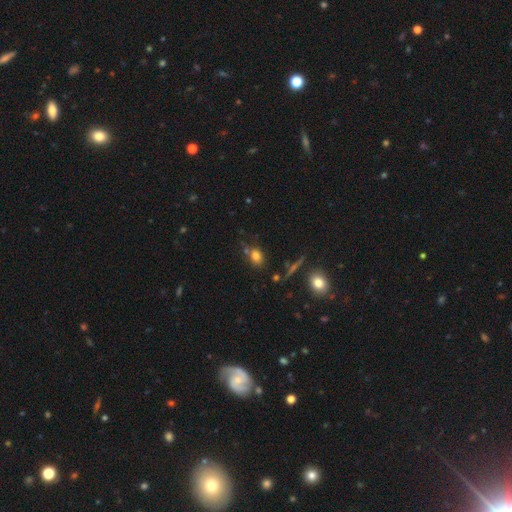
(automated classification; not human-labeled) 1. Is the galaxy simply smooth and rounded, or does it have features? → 77% smooth, 14% star or artifact, 9% featured or disk.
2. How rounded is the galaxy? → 59% in between, 38% round, 3% cigar-shaped.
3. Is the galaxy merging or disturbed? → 67% none, 16% minor disturbance, 12% merger, 5% major disturbance.